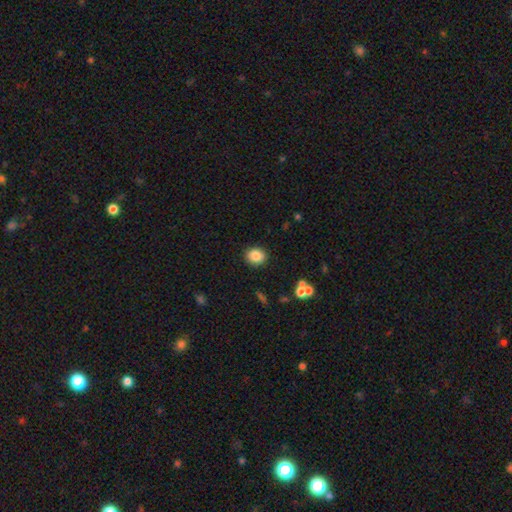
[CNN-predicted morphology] Overall: smooth (84%). How rounded: round (68%; in between 31%). Merging: none (89%).